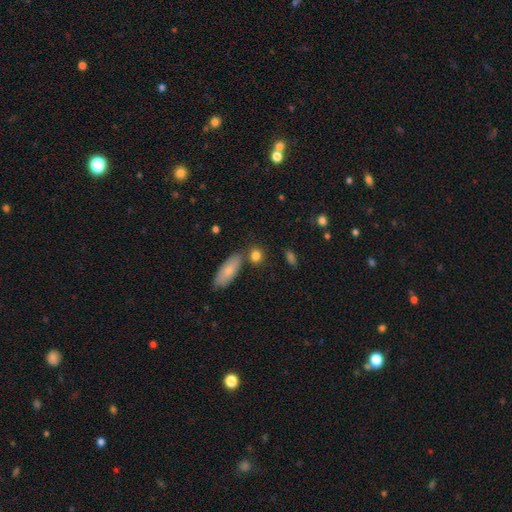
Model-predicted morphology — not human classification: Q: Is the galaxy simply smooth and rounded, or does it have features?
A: smooth — 84%.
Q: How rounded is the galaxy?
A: round — 54%.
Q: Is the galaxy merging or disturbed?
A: none — 70%.